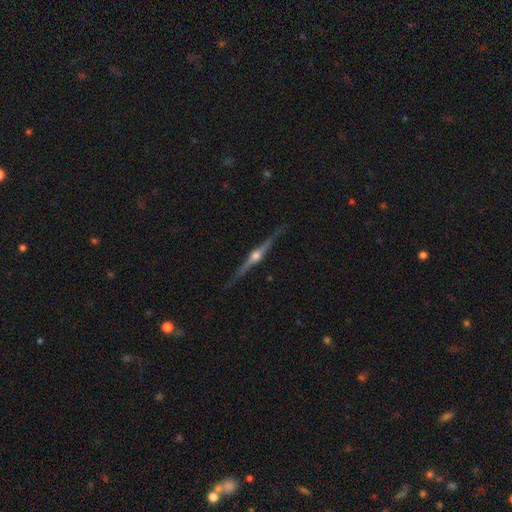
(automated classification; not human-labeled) smooth_or_featured: featured or disk (p=0.86) [alt: smooth p=0.08]
disk_edge_on: yes (p=0.98) [alt: no p=0.02]
edge_on_bulge: rounded (p=0.95) [alt: boxy p=0.03]
merging: none (p=0.89) [alt: minor disturbance p=0.09]